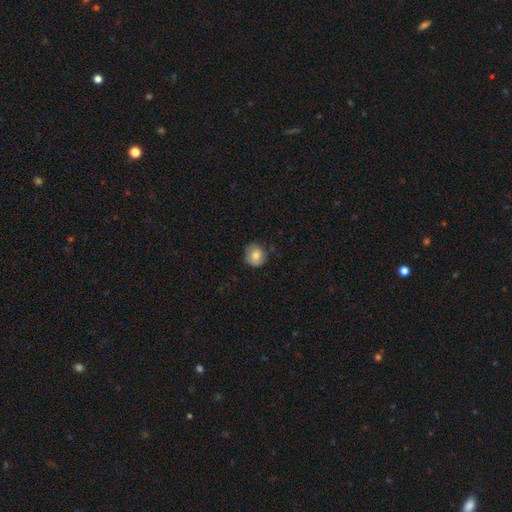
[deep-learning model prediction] The model was most divided on "merging": none: 76%, minor disturbance: 19%, major disturbance: 4%, merger: 1%. More confident: how rounded — round (87%); smooth or featured — smooth (80%).